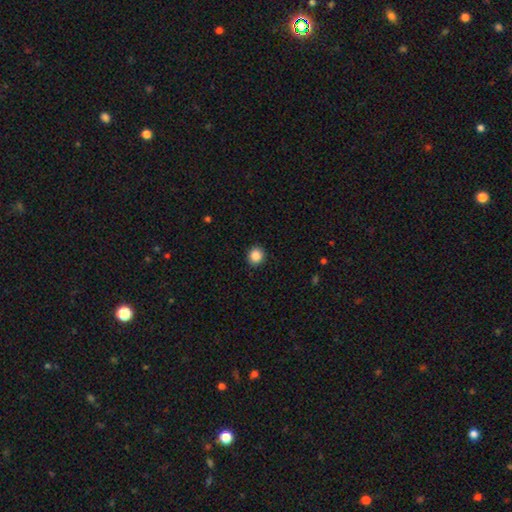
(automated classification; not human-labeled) Smooth or featured? smooth (86%)
How rounded? round (88%)
Merging? none (92%)